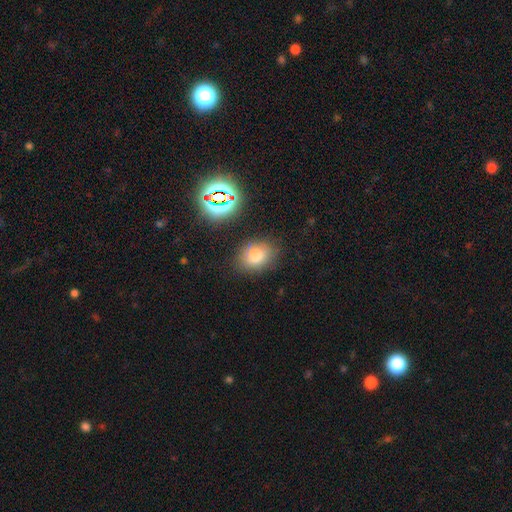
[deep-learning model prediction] smooth 75%, star or artifact 16%, featured or disk 10%. Down the decision tree: how rounded — in between (52%); merging — none (80%).